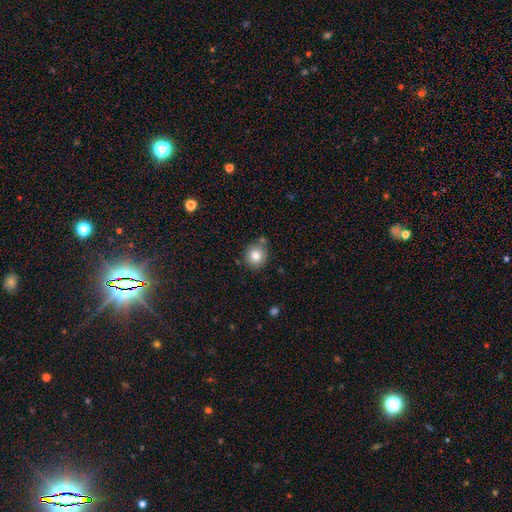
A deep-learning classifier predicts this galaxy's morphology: smooth_or_featured: smooth (p=0.81) [alt: star or artifact p=0.11]
how_rounded: round (p=0.90) [alt: in between p=0.09]
merging: none (p=0.78) [alt: minor disturbance p=0.11]